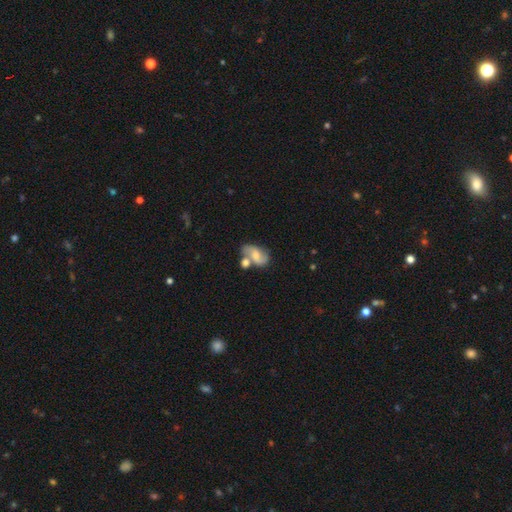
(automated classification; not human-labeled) This is possibly a featured or disk galaxy (59%). It is clearly not viewed edge-on (97%). Bar: possibly no (50%). Spiral arm pattern: clearly yes (85%). Central bulge: marginally moderate (42%). Merging: marginally none (42%).